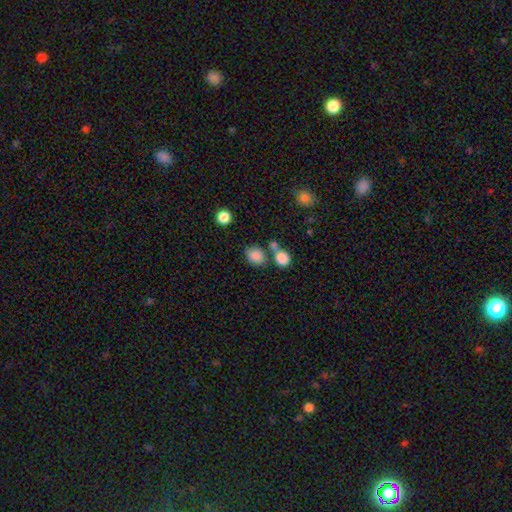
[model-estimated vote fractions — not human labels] Morphology: type=smooth (85%); roundness=round (51%); merging=none (60%).